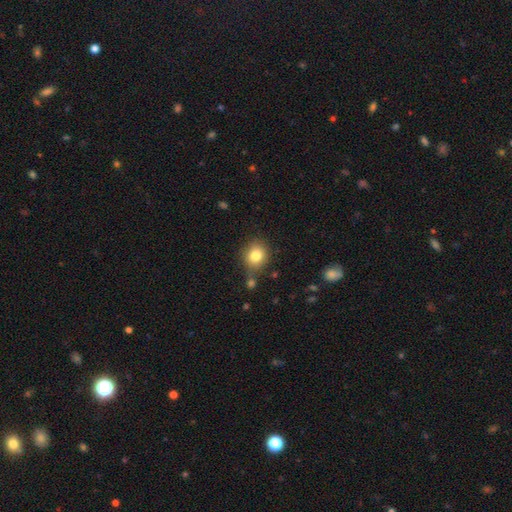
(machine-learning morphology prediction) Smooth or featured?
  - smooth: 81% *
  - star or artifact: 11%
  - featured or disk: 8%
How rounded?
  - round: 74% *
  - in between: 26%
  - cigar-shaped: 1%
Merging?
  - none: 73% *
  - minor disturbance: 15%
  - merger: 8%
  - major disturbance: 4%